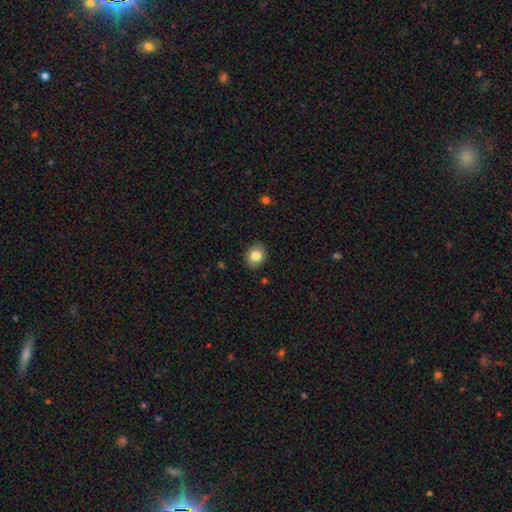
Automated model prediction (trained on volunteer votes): Overall: smooth (82%). How rounded: round (62%; in between 37%). Merging: none (88%).